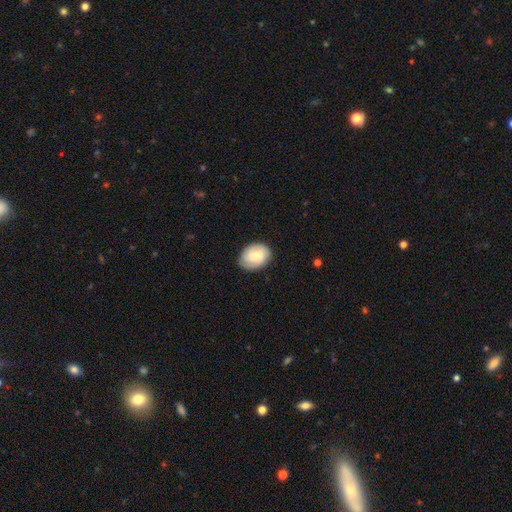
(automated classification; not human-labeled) A smooth galaxy with no disk features (78%) that is in between round and cigar-shaped (73%).

Vote fractions:
- Smooth or featured? smooth: 78% / featured or disk: 16% / star or artifact: 6%
- How rounded? in between: 73% / round: 26% / cigar-shaped: 1%
- Merging? none: 81% / minor disturbance: 15% / major disturbance: 3% / merger: 1%